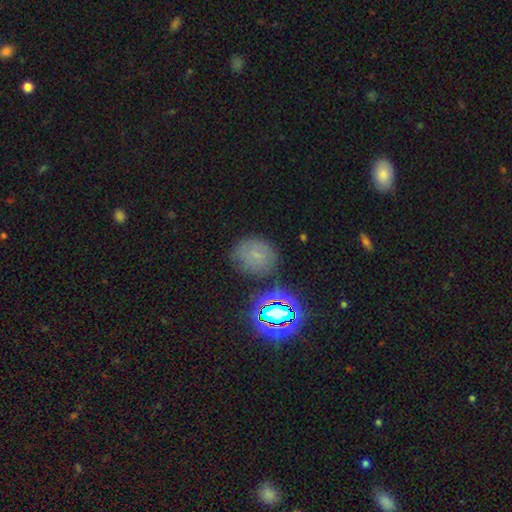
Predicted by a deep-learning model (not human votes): Smooth or featured? Predicted: smooth (p=0.49). Merging? Predicted: none (p=0.76).